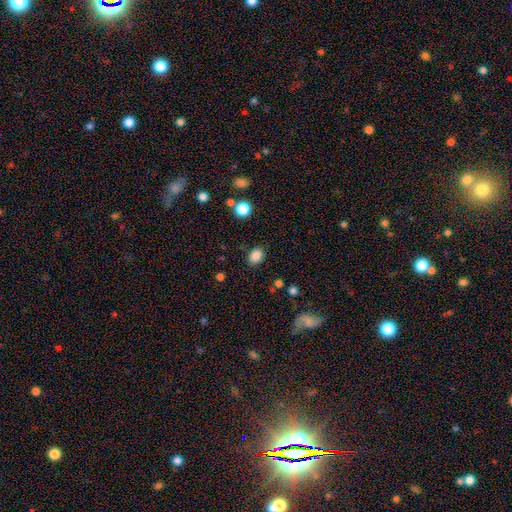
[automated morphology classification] This appears to be a smooth galaxy with no disk features (86%) that is in between round and cigar-shaped (62%). Merging: none (84%).